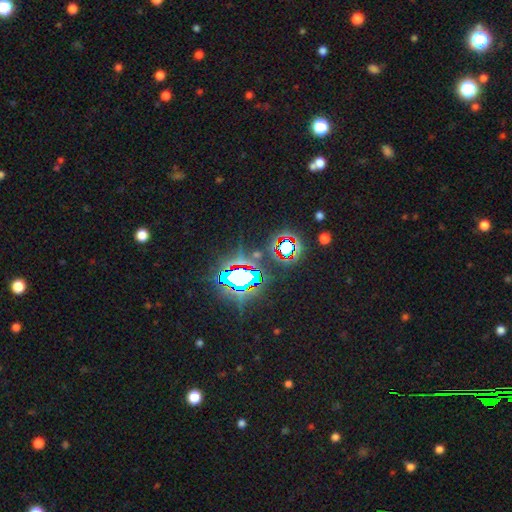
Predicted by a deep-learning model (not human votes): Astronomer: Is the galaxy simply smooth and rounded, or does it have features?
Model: star or artifact — 79%.